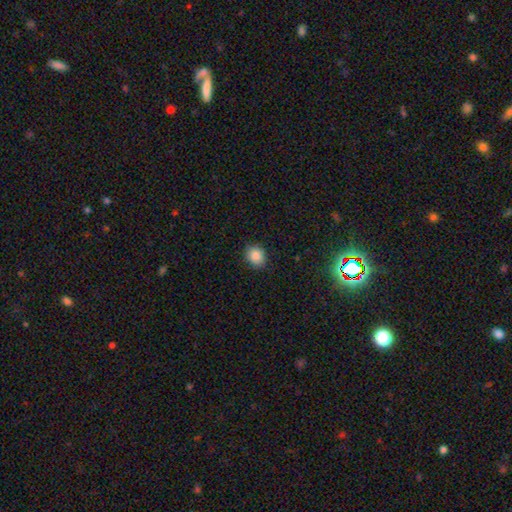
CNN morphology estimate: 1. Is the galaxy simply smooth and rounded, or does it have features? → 87% smooth, 9% star or artifact, 3% featured or disk.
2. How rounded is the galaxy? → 62% round, 37% in between, 1% cigar-shaped.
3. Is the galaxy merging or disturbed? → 86% none, 10% minor disturbance, 3% major disturbance, 1% merger.